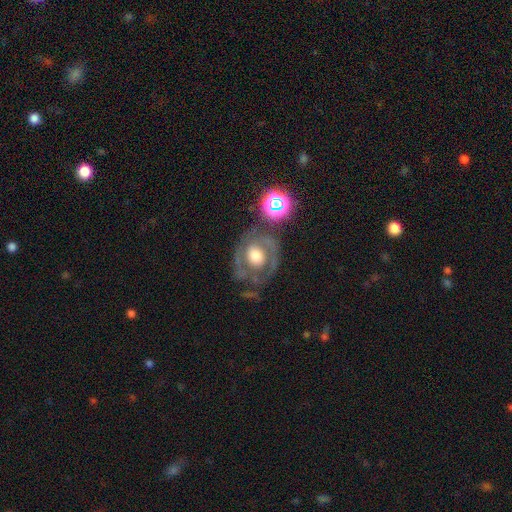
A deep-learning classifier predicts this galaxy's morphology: This appears to be a featured or disk galaxy (66%) with no bar (74%), spiral arms (56%) and a moderate central bulge (50%). Merging: none (63%).